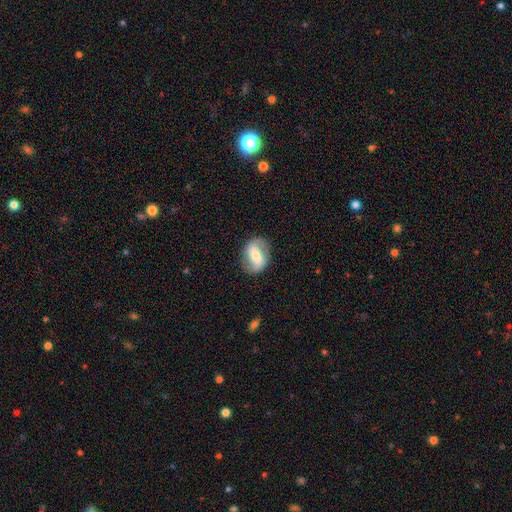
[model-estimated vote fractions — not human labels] featured or disk 58%, smooth 35%, star or artifact 7%. Down the decision tree: edge-on disk — no (94%); bar — strong (49%); spiral arms — yes (74%); bulge size — moderate (49%); merging — none (81%).